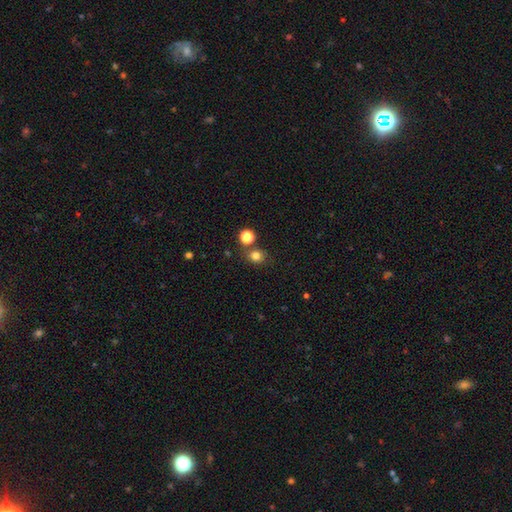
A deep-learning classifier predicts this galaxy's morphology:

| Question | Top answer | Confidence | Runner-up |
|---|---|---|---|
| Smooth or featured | smooth | 79% | star or artifact (15%) |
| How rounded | round | 76% | in between (23%) |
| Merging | none | 74% | merger (13%) |